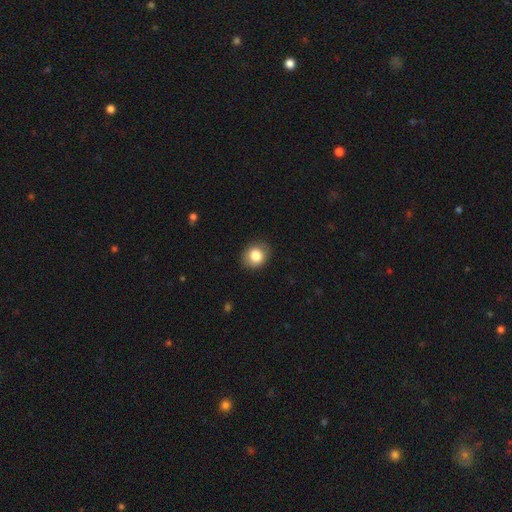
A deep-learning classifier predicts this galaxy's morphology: A smooth galaxy with no disk features (85%) that is round (69%). Merging: none (87%).